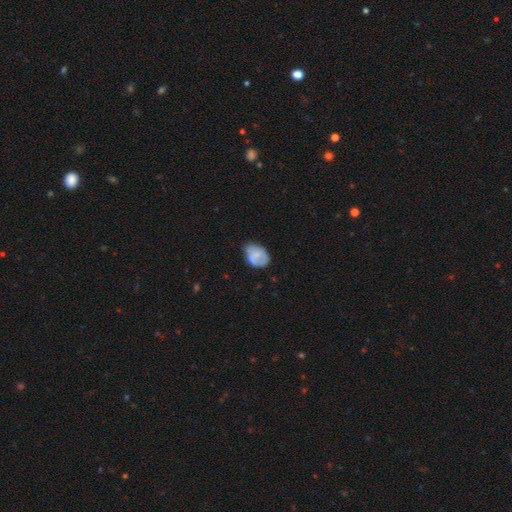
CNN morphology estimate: Smooth or featured?
  - smooth: 59% *
  - featured or disk: 33%
  - star or artifact: 7%
How rounded?
  - in between: 74% *
  - round: 25%
  - cigar-shaped: 1%
Merging?
  - none: 49% *
  - minor disturbance: 36%
  - major disturbance: 12%
  - merger: 2%